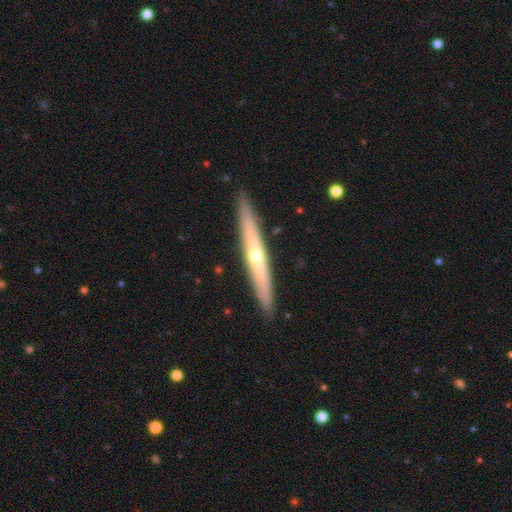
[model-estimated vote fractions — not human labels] The model was most divided on "smooth or featured": featured or disk: 64%, smooth: 30%, star or artifact: 6%. More confident: edge-on disk — yes (93%); merging — none (91%); edge-on bulge — rounded (78%).